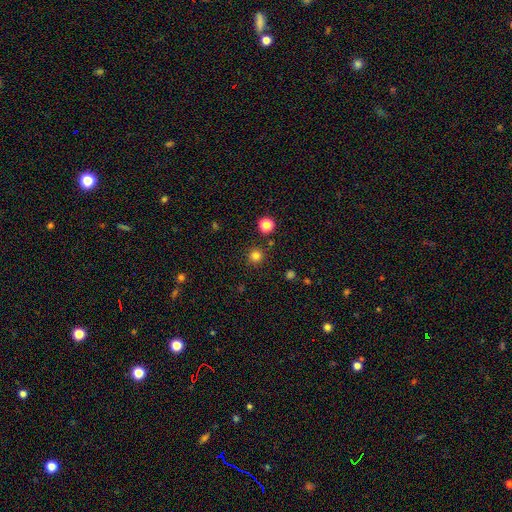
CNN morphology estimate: Overall: smooth (81%). How rounded: round (95%). Merging: none (90%).